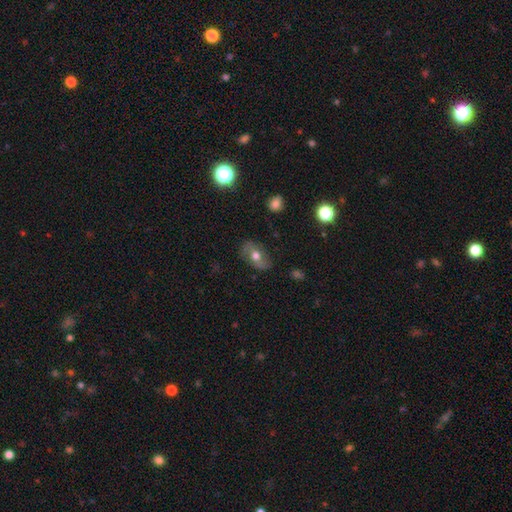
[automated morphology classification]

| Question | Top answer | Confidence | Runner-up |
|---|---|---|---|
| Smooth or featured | featured or disk | 46% | smooth (43%) |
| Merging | none | 78% | minor disturbance (16%) |